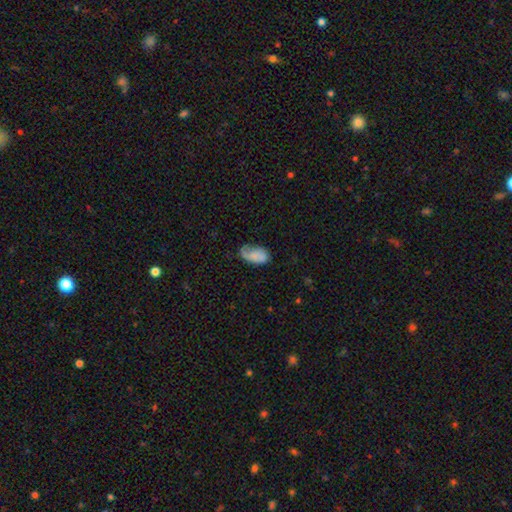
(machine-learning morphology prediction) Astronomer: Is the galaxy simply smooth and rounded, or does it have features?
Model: smooth — 67%.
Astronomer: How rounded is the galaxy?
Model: in between — 94%.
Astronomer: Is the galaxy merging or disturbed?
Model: none — 43% (runner-up: minor disturbance, 34%).